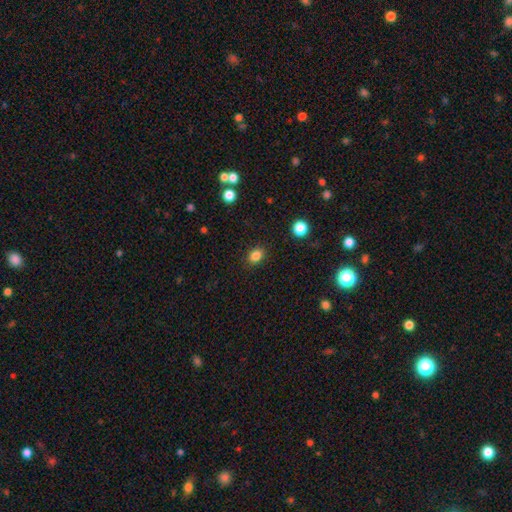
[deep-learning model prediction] A smooth galaxy with no disk features (85%) that is in between round and cigar-shaped (63%). Merging: none (88%).